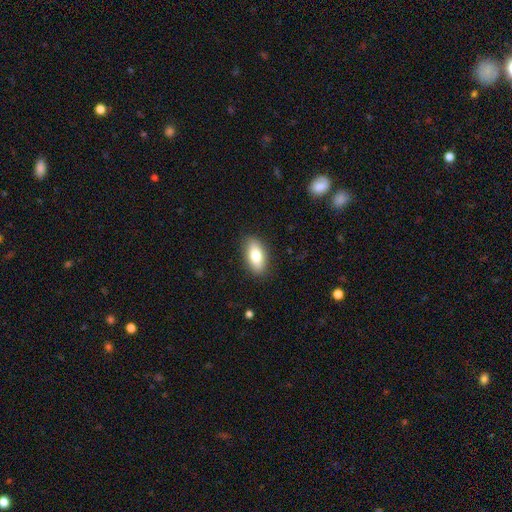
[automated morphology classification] Smooth or featured? Predicted: smooth (p=0.78). How rounded? Predicted: in between (p=0.89). Merging? Predicted: none (p=0.87).